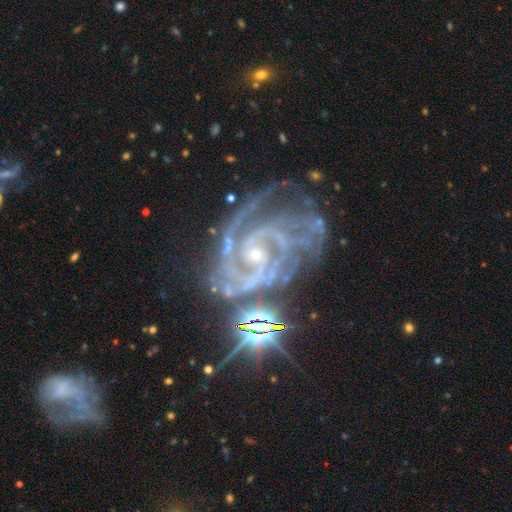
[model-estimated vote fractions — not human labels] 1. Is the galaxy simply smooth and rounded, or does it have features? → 89% featured or disk, 8% star or artifact, 3% smooth.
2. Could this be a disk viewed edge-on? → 97% no, 3% yes.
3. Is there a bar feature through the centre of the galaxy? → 52% no, 32% weak, 16% strong.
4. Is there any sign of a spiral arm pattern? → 98% yes, 2% no.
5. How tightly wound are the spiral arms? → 61% tight, 34% medium, 5% loose.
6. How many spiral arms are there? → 33% 2, 25% 3, 14% can't tell, 12% 4, 8% more than 4, 7% 1.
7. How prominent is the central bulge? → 78% small, 17% moderate, 3% none, 1% large, 1% dominant.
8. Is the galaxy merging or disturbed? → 55% none, 23% minor disturbance, 16% major disturbance, 6% merger.